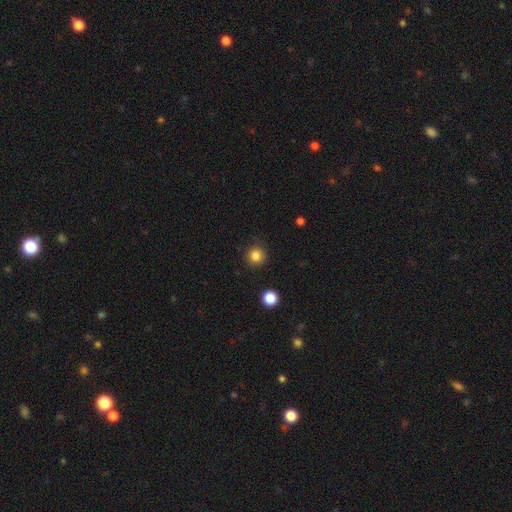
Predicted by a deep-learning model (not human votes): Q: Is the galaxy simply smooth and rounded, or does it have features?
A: smooth — 84%.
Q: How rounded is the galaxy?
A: round — 94%.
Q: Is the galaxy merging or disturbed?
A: none — 89%.